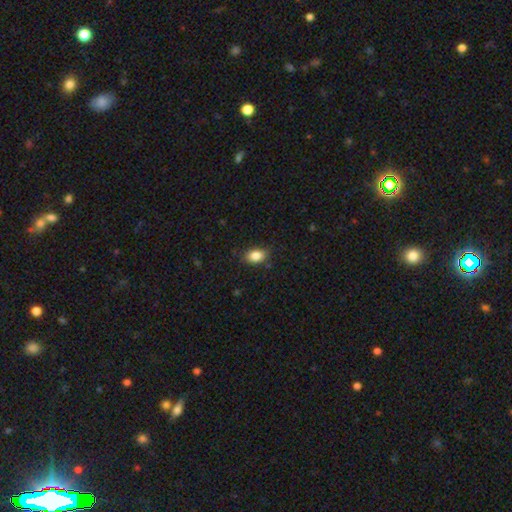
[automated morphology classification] smooth_or_featured: smooth (p=0.85) [alt: star or artifact p=0.08]
how_rounded: in between (p=0.86) [alt: round p=0.12]
merging: none (p=0.84) [alt: minor disturbance p=0.12]